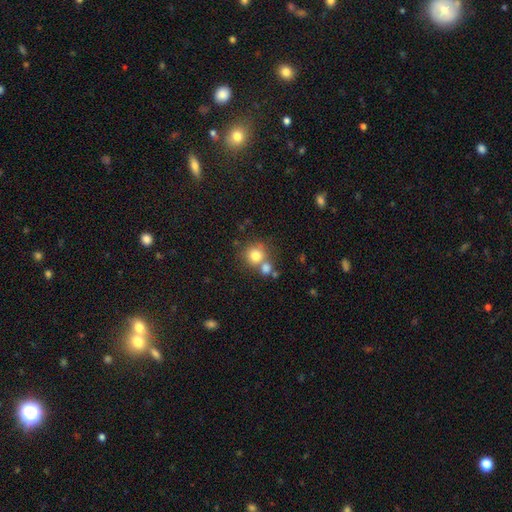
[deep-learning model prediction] smooth 78%, star or artifact 11%, featured or disk 11%. Down the decision tree: how rounded — round (88%); merging — none (56%).